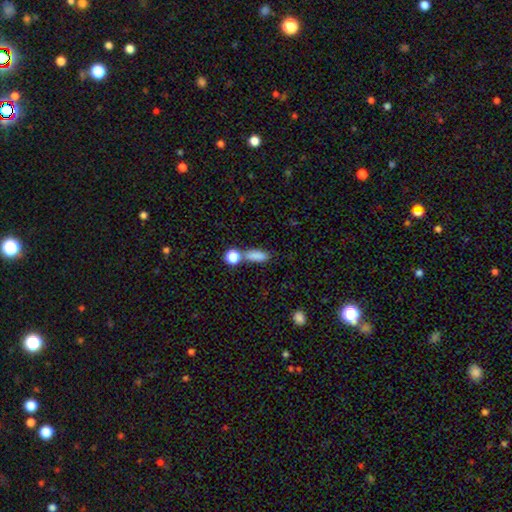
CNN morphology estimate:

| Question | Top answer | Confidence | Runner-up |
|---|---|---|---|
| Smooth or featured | smooth | 82% | star or artifact (11%) |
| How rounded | in between | 60% | cigar-shaped (30%) |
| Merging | none | 59% | merger (24%) |